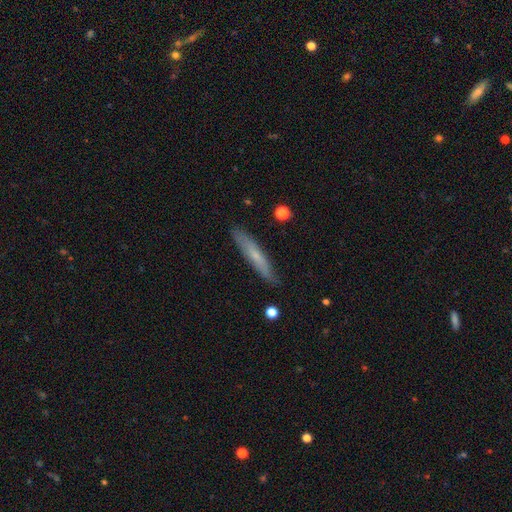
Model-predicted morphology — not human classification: Smooth or featured?
  - smooth: 55% *
  - featured or disk: 39%
  - star or artifact: 6%
How rounded?
  - cigar-shaped: 92% *
  - in between: 7%
  - round: 1%
Merging?
  - none: 86% *
  - minor disturbance: 11%
  - major disturbance: 2%
  - merger: 1%